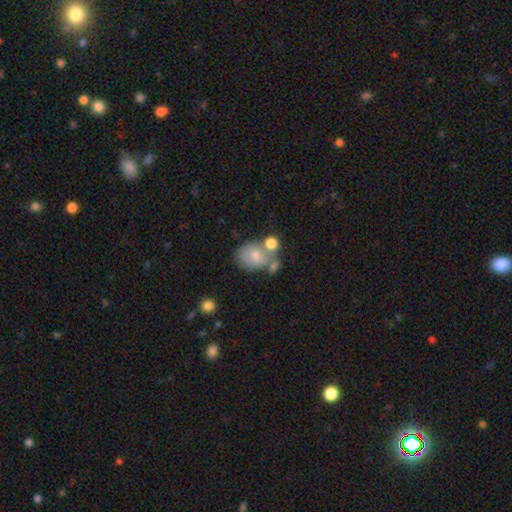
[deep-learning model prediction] The model was most divided on "how rounded": in between: 50%, round: 49%, cigar-shaped: 1%. Remaining: smooth or featured — smooth (68%); merging — none (39%).